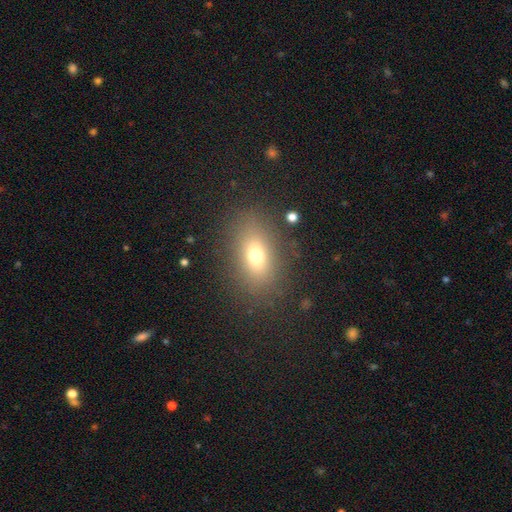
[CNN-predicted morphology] This appears to be a smooth galaxy with no disk features (70%) that is in between round and cigar-shaped (76%). Merging: none (84%).